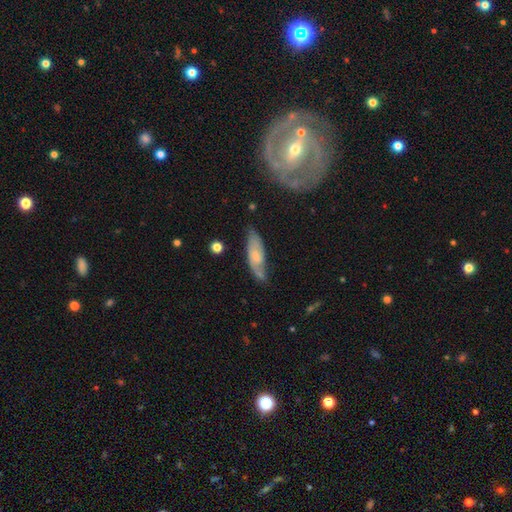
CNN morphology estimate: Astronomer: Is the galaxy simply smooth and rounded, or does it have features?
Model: featured or disk — 50% (runner-up: smooth, 43%).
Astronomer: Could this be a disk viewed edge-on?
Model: no — 74%.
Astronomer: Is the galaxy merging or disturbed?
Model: none — 61%.